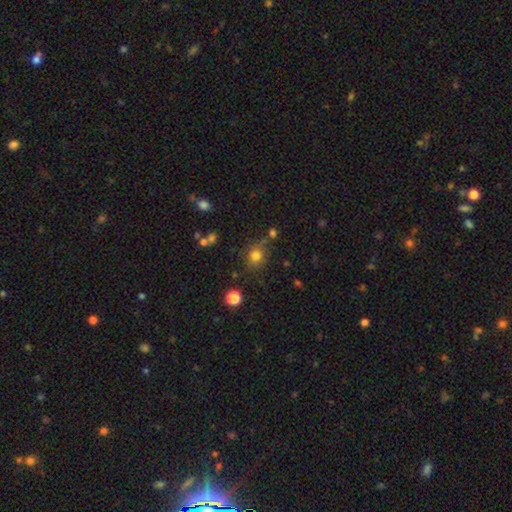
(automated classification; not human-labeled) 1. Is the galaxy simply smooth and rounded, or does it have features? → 77% smooth, 15% star or artifact, 8% featured or disk.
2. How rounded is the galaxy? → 78% round, 21% in between, 1% cigar-shaped.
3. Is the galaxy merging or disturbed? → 74% none, 14% minor disturbance, 7% merger, 5% major disturbance.